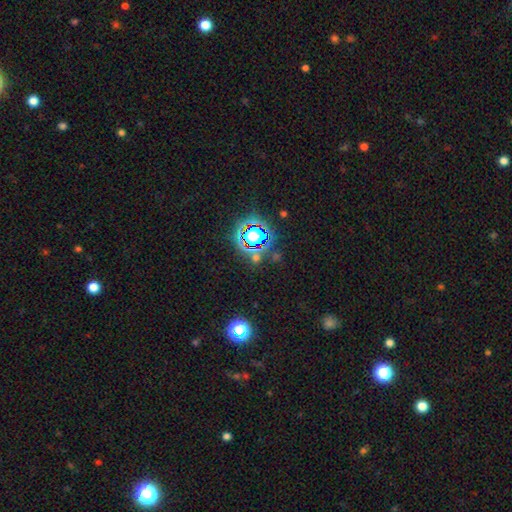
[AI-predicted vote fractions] star or artifact 72%, smooth 18%, featured or disk 9%.